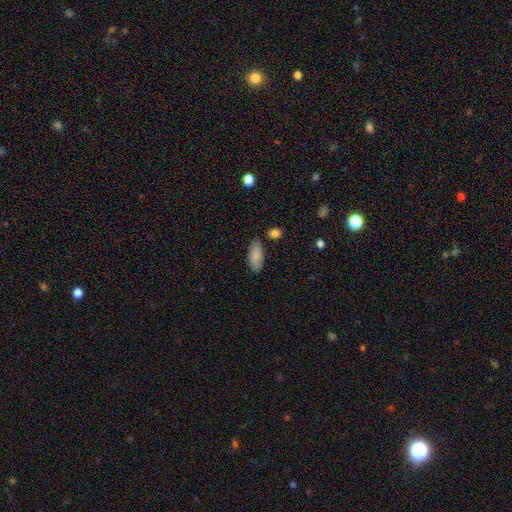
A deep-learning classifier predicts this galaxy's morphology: Smooth or featured: smooth — 85% (featured or disk — 9%)
How rounded: in between — 84% (cigar-shaped — 13%)
Merging: none — 77% (minor disturbance — 16%)